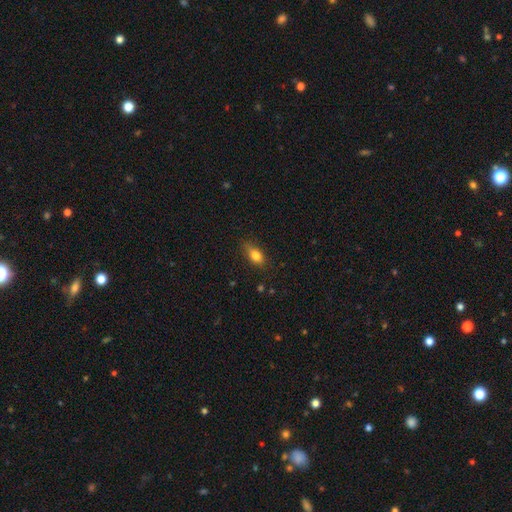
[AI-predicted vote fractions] Smooth or featured? smooth (79%)
How rounded? in between (80%)
Merging? none (76%)